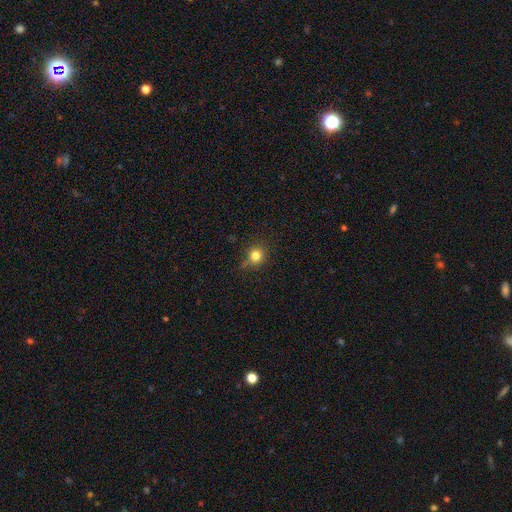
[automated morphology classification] Q: Smooth or featured?
A: smooth (79%); runner-up: star or artifact (14%)
Q: How rounded?
A: round (84%); runner-up: in between (15%)
Q: Merging?
A: none (76%); runner-up: minor disturbance (17%)